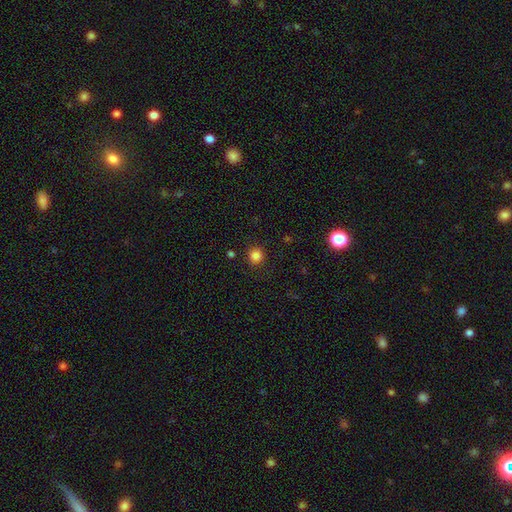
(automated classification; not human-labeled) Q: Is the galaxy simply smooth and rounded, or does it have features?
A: smooth — 83%.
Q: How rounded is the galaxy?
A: round — 92%.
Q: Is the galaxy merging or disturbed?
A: none — 89%.